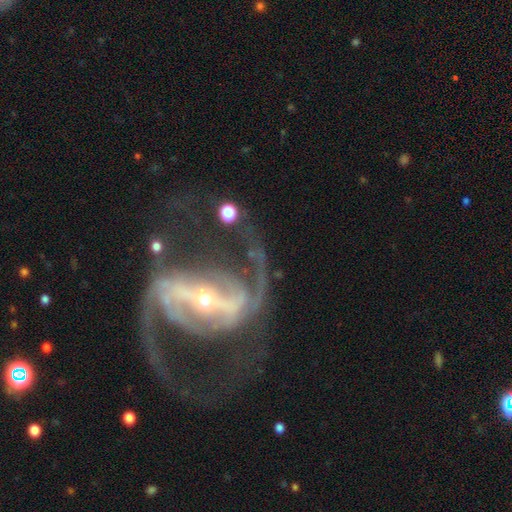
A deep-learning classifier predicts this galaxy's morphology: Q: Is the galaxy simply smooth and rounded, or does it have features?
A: featured or disk — 93%.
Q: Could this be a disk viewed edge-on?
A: no — 97%.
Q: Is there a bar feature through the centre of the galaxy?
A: strong — 75%.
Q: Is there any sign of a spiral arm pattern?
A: yes — 98%.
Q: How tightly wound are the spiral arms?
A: medium — 54%.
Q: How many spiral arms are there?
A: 2 — 91%.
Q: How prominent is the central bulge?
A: small — 71%.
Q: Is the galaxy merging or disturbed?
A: none — 64%.